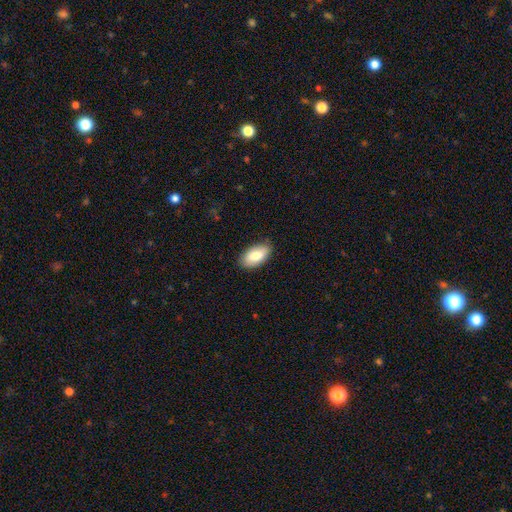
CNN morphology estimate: A smooth galaxy with no disk features (80%) that is in between round and cigar-shaped (94%).

Vote fractions:
- Smooth or featured? smooth: 80% / featured or disk: 14% / star or artifact: 6%
- How rounded? in between: 94% / cigar-shaped: 3% / round: 3%
- Merging? none: 85% / minor disturbance: 12% / major disturbance: 2% / merger: 1%